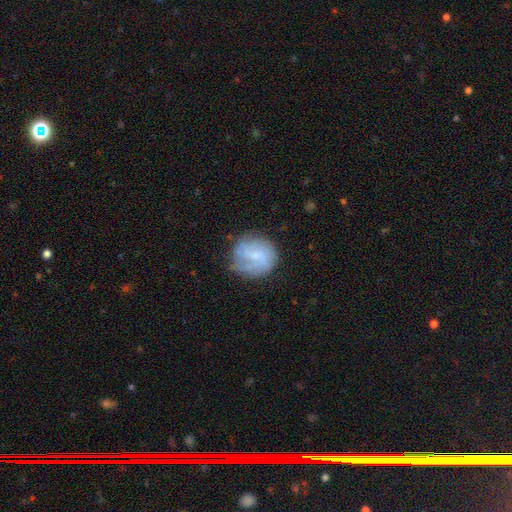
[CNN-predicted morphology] Overall: featured or disk (49%; smooth 43%). Merging: none (66%).